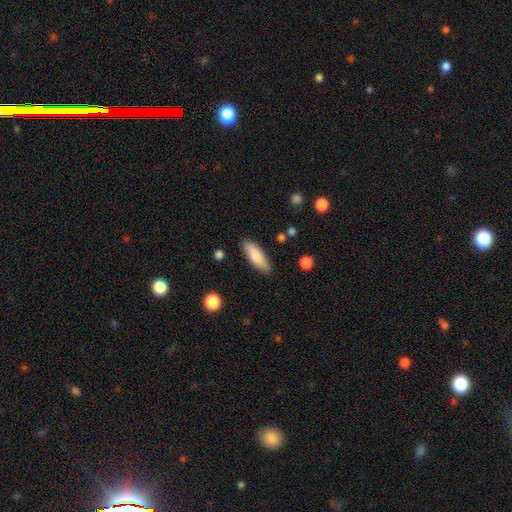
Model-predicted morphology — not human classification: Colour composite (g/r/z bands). It shows a smooth galaxy with no disk features (84%) that is in between round and cigar-shaped (56%). Merging: none (85%).